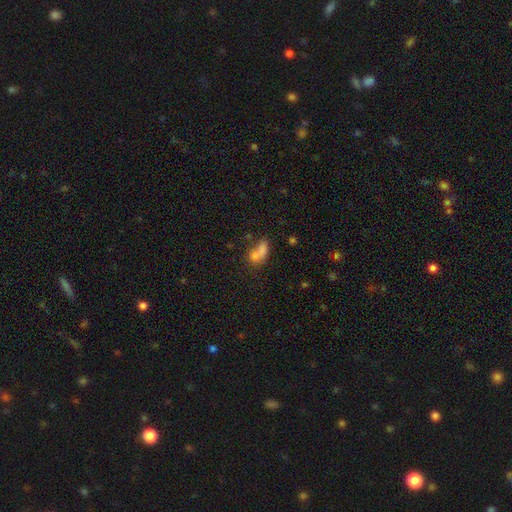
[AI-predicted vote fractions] This appears to be a smooth galaxy with no disk features (70%) that is in between round and cigar-shaped (72%). Merging: merger (59%).